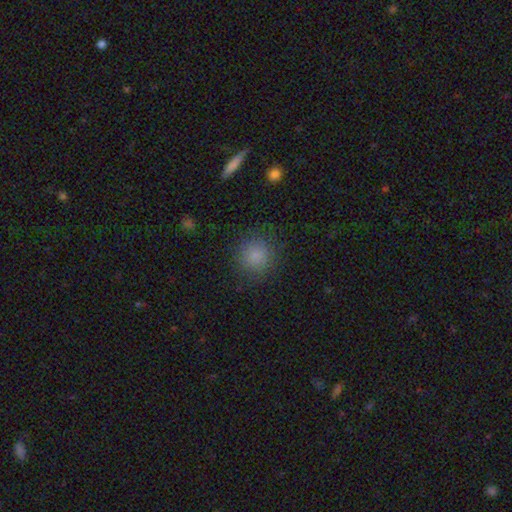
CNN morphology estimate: A smooth galaxy with no disk features (82%) that is round (92%).

Vote fractions:
- Smooth or featured? smooth: 82% / star or artifact: 12% / featured or disk: 6%
- How rounded? round: 92% / in between: 7% / cigar-shaped: 1%
- Merging? none: 86% / minor disturbance: 9% / major disturbance: 4% / merger: 1%